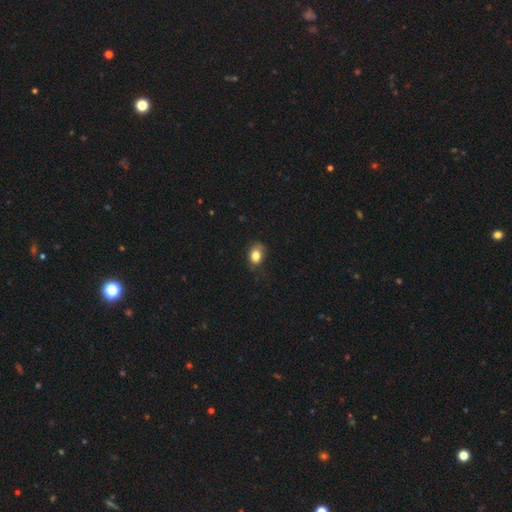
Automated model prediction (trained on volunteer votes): smooth-or-featured: smooth: 81% | star or artifact: 10% | featured or disk: 9%
  how-rounded: in between: 63% | round: 36% | cigar-shaped: 1%
  merging: none: 64% | minor disturbance: 27% | major disturbance: 8% | merger: 1%